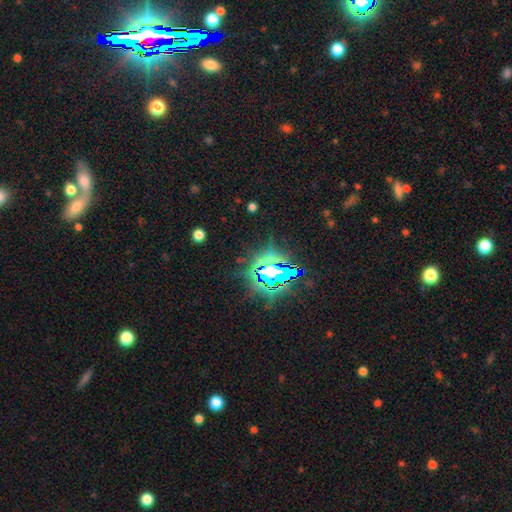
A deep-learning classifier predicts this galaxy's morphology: Smooth or featured? Predicted: star or artifact (p=0.84).